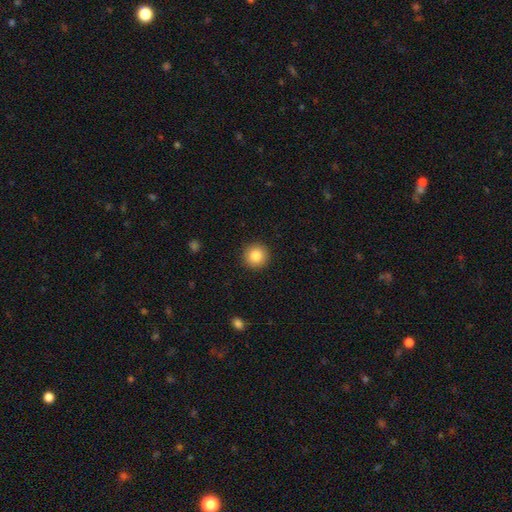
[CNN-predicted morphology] Smooth or featured: smooth — 84% (star or artifact — 9%)
How rounded: round — 95% (in between — 4%)
Merging: none — 92% (minor disturbance — 5%)